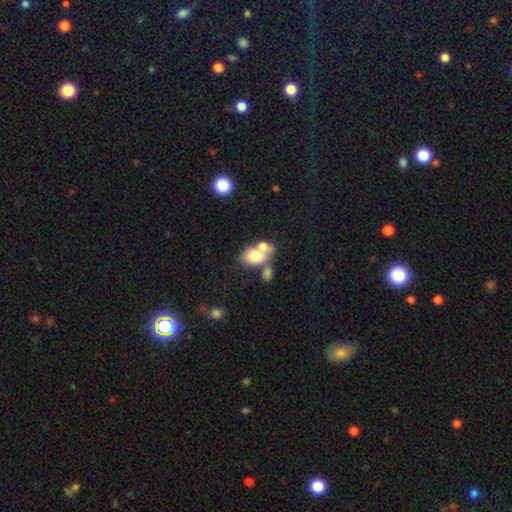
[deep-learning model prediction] Smooth or featured?
  - smooth: 71% *
  - featured or disk: 19%
  - star or artifact: 9%
How rounded?
  - in between: 78% *
  - round: 21%
  - cigar-shaped: 1%
Merging?
  - merger: 52% *
  - none: 31%
  - minor disturbance: 11%
  - major disturbance: 6%